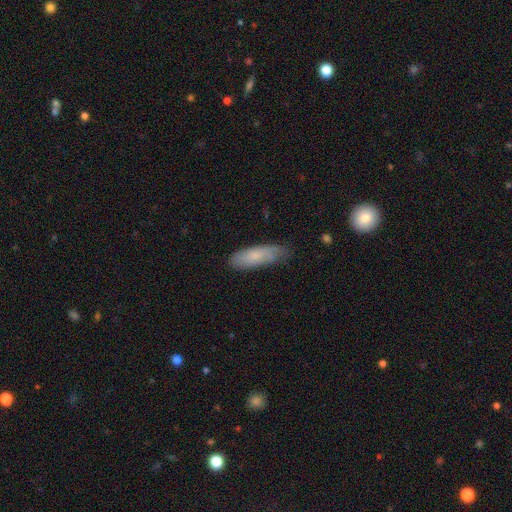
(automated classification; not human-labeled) Morphology: type=smooth (73%); roundness=in between (51%); merging=none (66%).